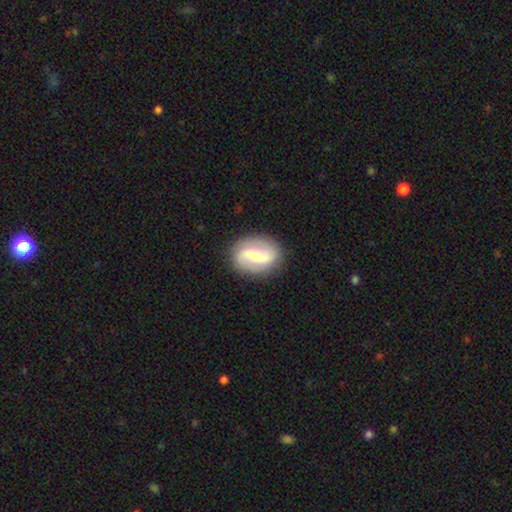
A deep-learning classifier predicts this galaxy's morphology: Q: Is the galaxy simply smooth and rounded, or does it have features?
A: featured or disk — 75%.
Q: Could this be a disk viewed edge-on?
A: no — 96%.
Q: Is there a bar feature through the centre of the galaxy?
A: weak — 42%.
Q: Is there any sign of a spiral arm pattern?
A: yes — 90%.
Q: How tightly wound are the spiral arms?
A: loose — 52%.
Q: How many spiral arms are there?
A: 2 — 91%.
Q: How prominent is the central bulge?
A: moderate — 61%.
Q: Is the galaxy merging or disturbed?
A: none — 86%.